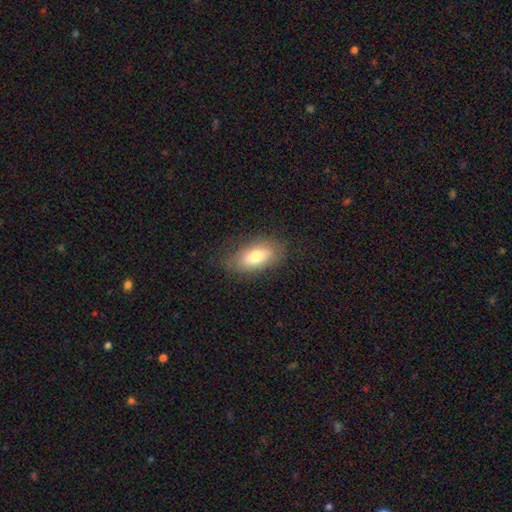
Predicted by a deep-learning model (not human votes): This is likely a smooth galaxy (76%). How rounded: clearly in between (89%). Merging: clearly none (80%).